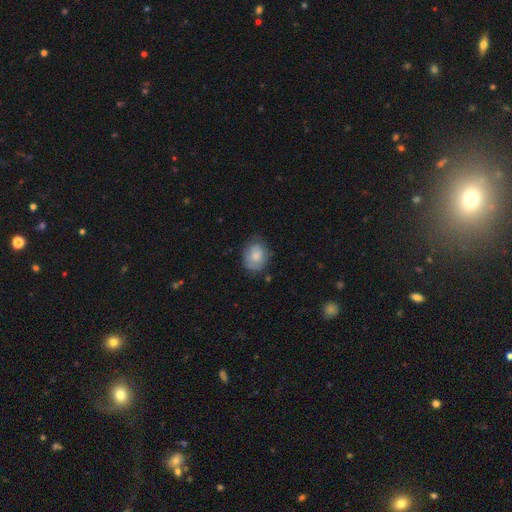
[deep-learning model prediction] A smooth galaxy with no disk features (78%) that is round (51%).

Vote fractions:
- Smooth or featured? smooth: 78% / featured or disk: 15% / star or artifact: 7%
- How rounded? round: 51% / in between: 48% / cigar-shaped: 1%
- Merging? none: 66% / minor disturbance: 26% / major disturbance: 6% / merger: 2%